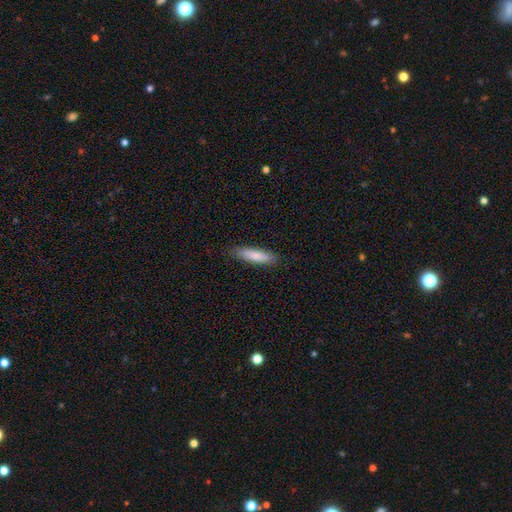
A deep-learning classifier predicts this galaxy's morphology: The model was most divided on "how rounded": cigar-shaped: 74%, in between: 24%, round: 1%. More confident: merging — none (87%); smooth or featured — smooth (79%).